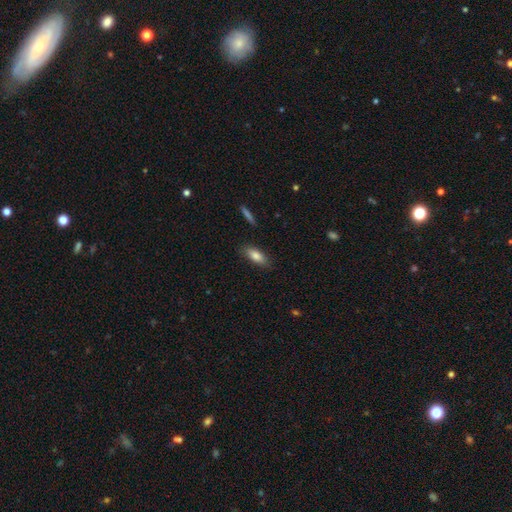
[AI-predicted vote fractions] smooth 82%, featured or disk 11%, star or artifact 7%. Down the decision tree: how rounded — in between (75%); merging — none (85%).